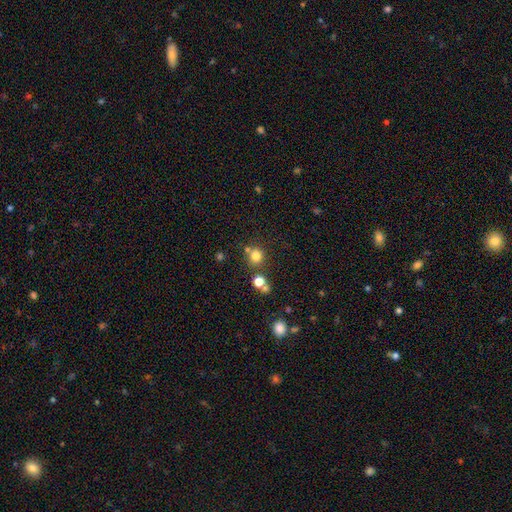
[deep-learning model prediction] A smooth galaxy with no disk features (77%) that is round (89%). Merging: none (71%).